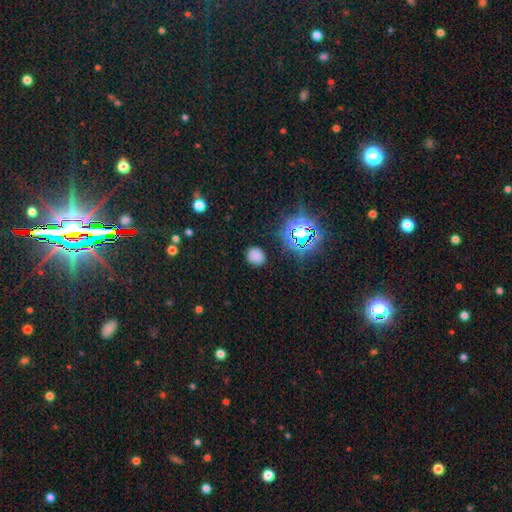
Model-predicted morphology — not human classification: Overall: smooth (72%). How rounded: round (76%). Merging: none (86%).